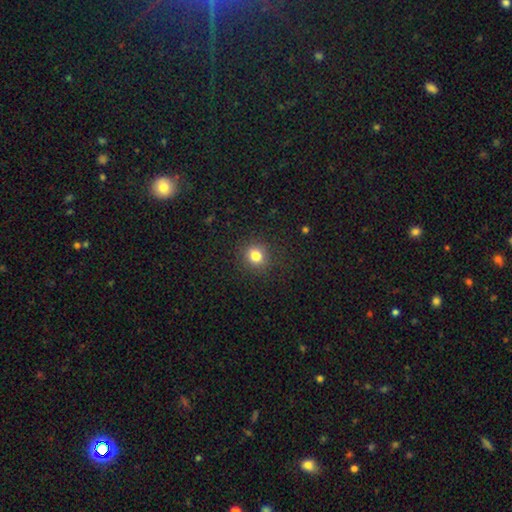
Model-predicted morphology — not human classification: Smooth or featured? Predicted: smooth (p=0.81). How rounded? Predicted: round (p=0.79). Merging? Predicted: none (p=0.88).